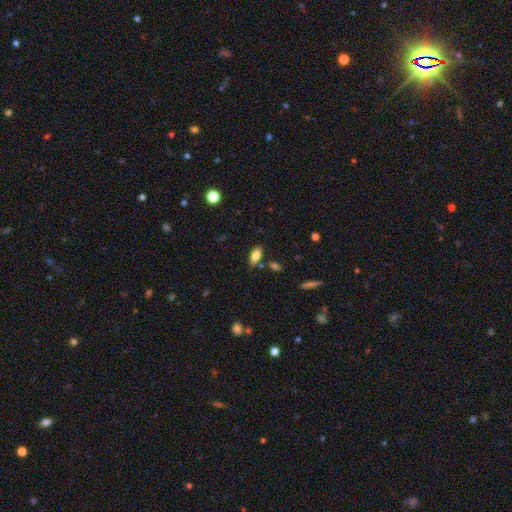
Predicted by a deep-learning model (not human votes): Morphology: type=smooth (81%); roundness=in between (90%); merging=none (78%).